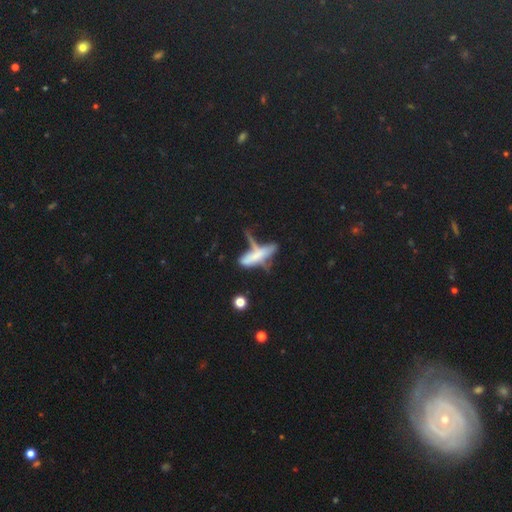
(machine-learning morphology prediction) This appears to be a smooth galaxy with no disk features (48%). Merging: merger (28%, tied with none).